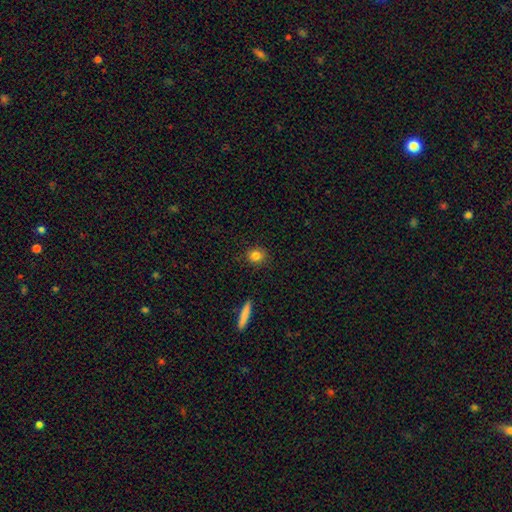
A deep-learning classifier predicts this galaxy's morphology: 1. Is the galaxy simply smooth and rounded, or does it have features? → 82% smooth, 11% star or artifact, 7% featured or disk.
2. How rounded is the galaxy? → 77% round, 21% in between, 2% cigar-shaped.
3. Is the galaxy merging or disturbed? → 89% none, 8% minor disturbance, 2% major disturbance, 1% merger.